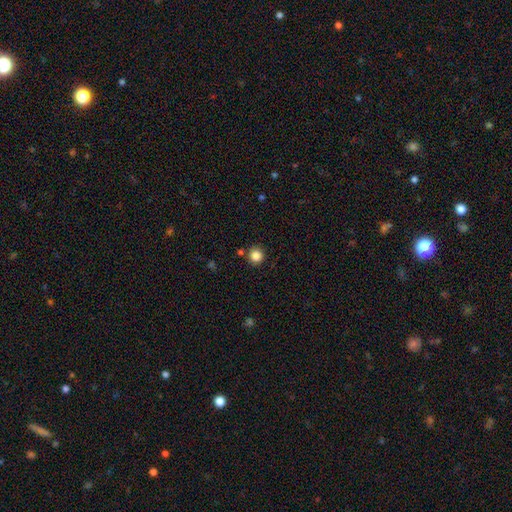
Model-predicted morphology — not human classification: smooth_or_featured: smooth (p=0.85) [alt: star or artifact p=0.12]
how_rounded: round (p=0.94) [alt: in between p=0.05]
merging: none (p=0.87) [alt: minor disturbance p=0.07]